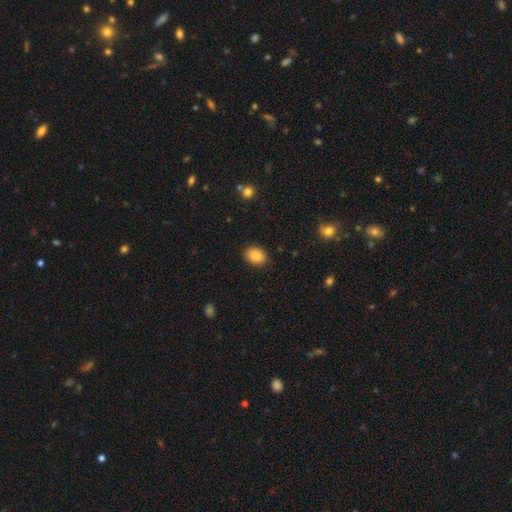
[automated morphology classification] Smooth or featured? Predicted: smooth (p=0.86). How rounded? Predicted: in between (p=0.69). Merging? Predicted: none (p=0.88).